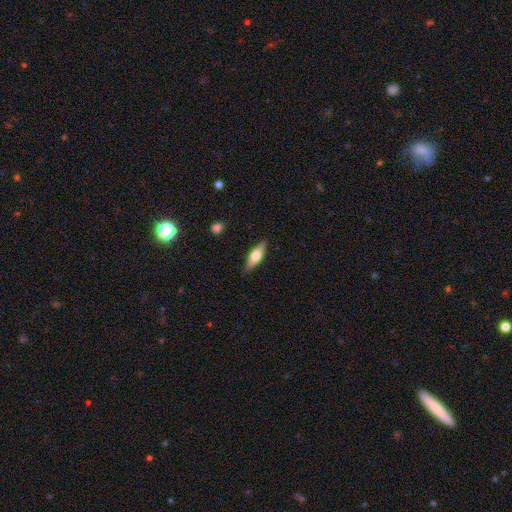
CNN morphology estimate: type=smooth (60%); roundness=in between (51%); merging=none (87%).